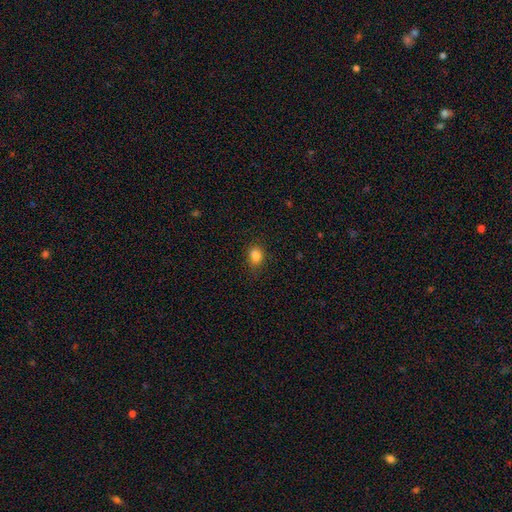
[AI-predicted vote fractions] smooth-or-featured: smooth: 84% | star or artifact: 12% | featured or disk: 5%
  how-rounded: in between: 55% | round: 44% | cigar-shaped: 1%
  merging: none: 77% | minor disturbance: 17% | major disturbance: 4% | merger: 2%